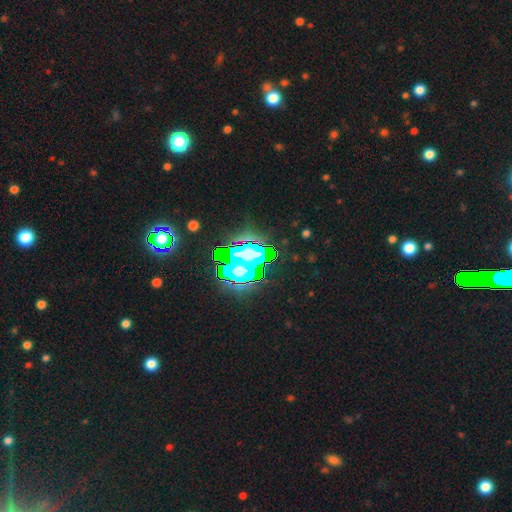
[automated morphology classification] Q: Smooth or featured?
A: star or artifact (60%); runner-up: smooth (21%)